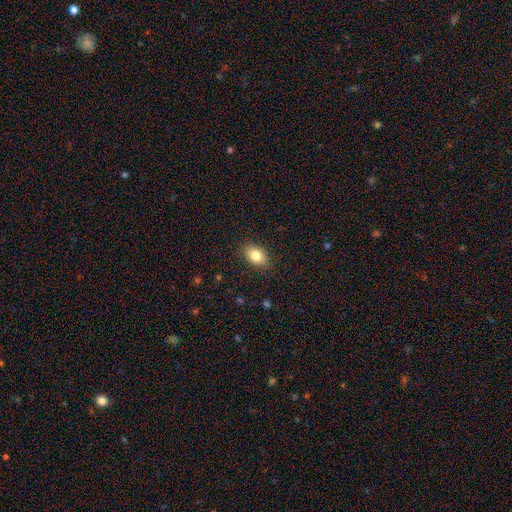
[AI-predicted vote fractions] Q: Smooth or featured?
A: smooth (81%); runner-up: featured or disk (11%)
Q: How rounded?
A: in between (84%); runner-up: round (14%)
Q: Merging?
A: none (87%); runner-up: minor disturbance (10%)